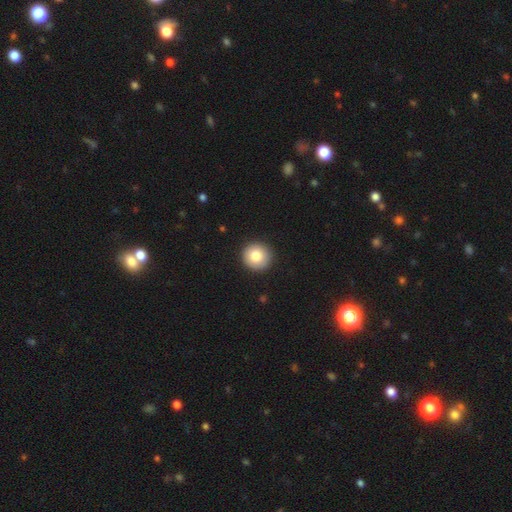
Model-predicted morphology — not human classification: A smooth galaxy with no disk features (82%) that is round (94%). Merging: none (92%).